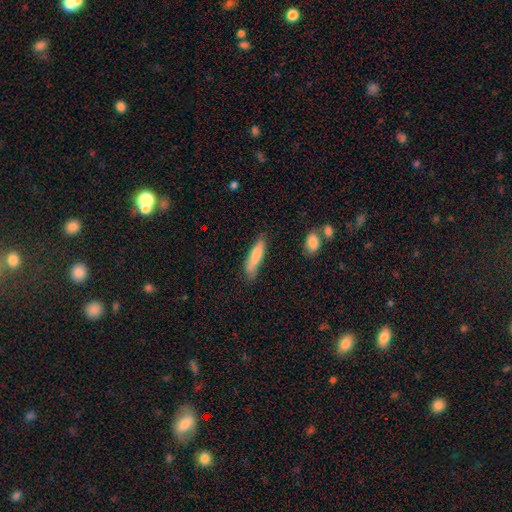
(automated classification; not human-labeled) Morphology: type=smooth (81%); roundness=cigar-shaped (78%); merging=none (69%).